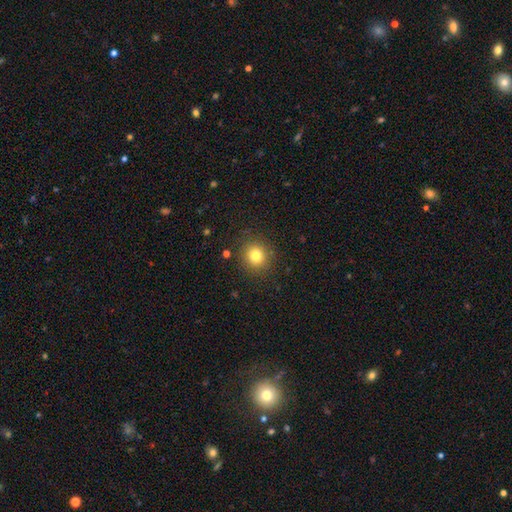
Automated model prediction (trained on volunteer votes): Overall: smooth (79%). How rounded: round (91%). Merging: none (88%).